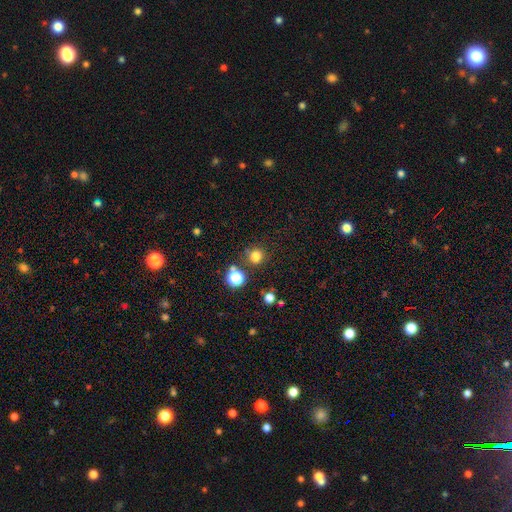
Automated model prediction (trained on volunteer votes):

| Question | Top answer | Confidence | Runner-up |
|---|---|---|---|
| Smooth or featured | smooth | 78% | star or artifact (17%) |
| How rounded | round | 92% | in between (7%) |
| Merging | none | 82% | minor disturbance (8%) |